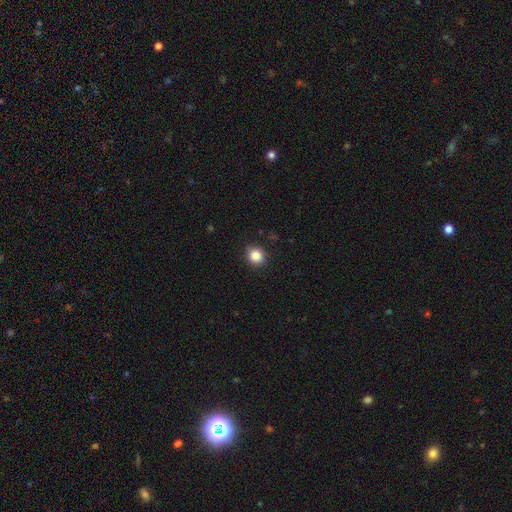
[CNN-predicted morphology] Smooth or featured: smooth — 86% (star or artifact — 10%)
How rounded: round — 84% (in between — 15%)
Merging: none — 90% (minor disturbance — 8%)